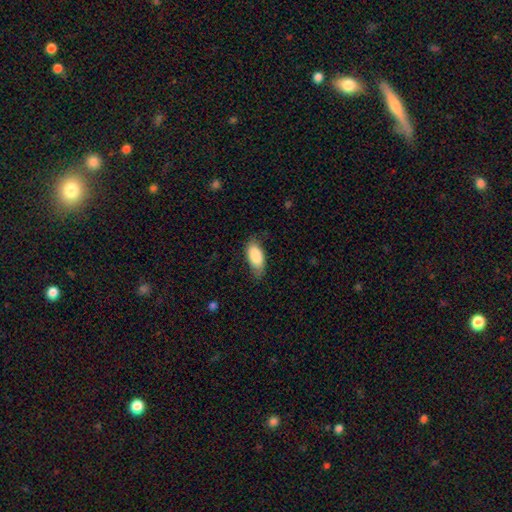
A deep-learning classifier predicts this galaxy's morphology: This appears to be a smooth galaxy with no disk features (83%) that is in between round and cigar-shaped (90%). Merging: none (67%).